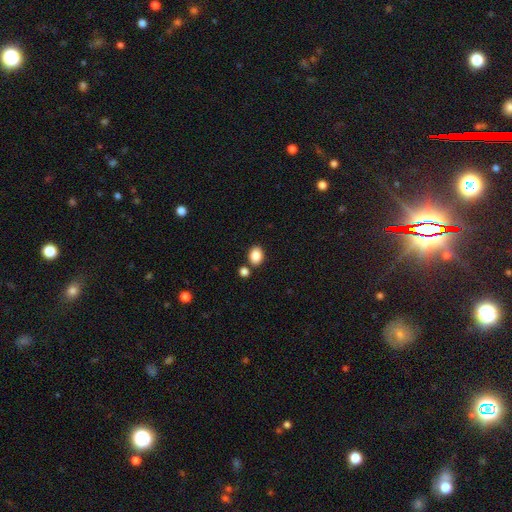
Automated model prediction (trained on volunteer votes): smooth-or-featured: smooth: 87% | star or artifact: 9% | featured or disk: 4%
  how-rounded: in between: 64% | round: 35% | cigar-shaped: 1%
  merging: none: 78% | merger: 10% | minor disturbance: 9% | major disturbance: 2%